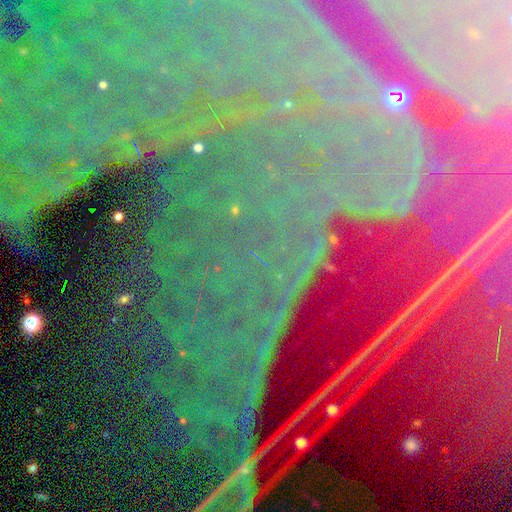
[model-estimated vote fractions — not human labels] Smooth or featured: star or artifact — 88% (featured or disk — 7%)